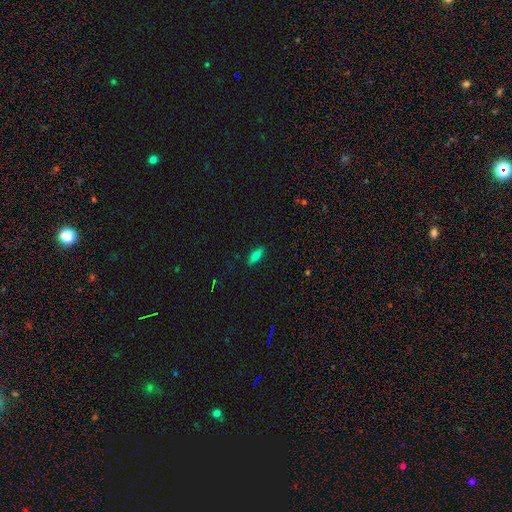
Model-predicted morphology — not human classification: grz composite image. It shows a smooth galaxy with no disk features (72%) that is in between round and cigar-shaped (61%). Merging: none (87%).